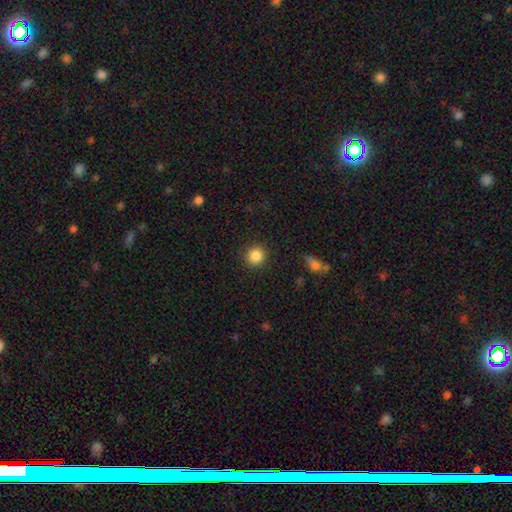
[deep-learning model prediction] This is clearly a smooth galaxy (86%). How rounded: clearly round (92%). Merging: clearly none (90%).